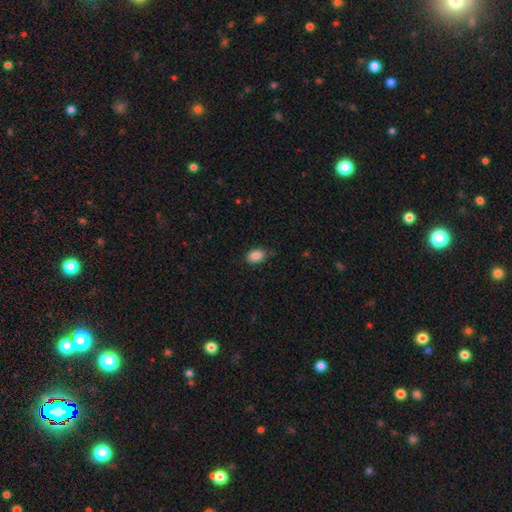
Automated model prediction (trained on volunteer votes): Q: Smooth or featured?
A: smooth (88%); runner-up: star or artifact (8%)
Q: How rounded?
A: in between (86%); runner-up: round (12%)
Q: Merging?
A: none (82%); runner-up: minor disturbance (14%)